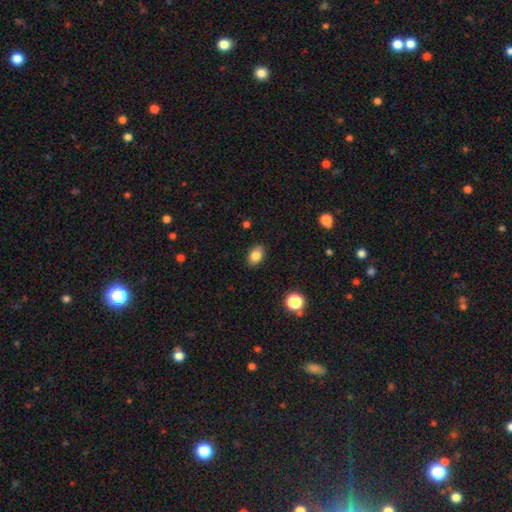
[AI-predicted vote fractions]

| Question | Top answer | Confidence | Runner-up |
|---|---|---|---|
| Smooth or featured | smooth | 83% | star or artifact (10%) |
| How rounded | in between | 75% | round (24%) |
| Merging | none | 85% | minor disturbance (11%) |